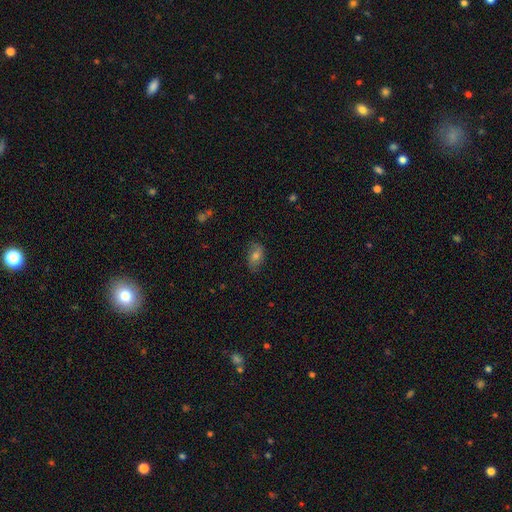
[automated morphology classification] smooth_or_featured: smooth (p=0.59) [alt: featured or disk p=0.29]
how_rounded: in between (p=0.85) [alt: round p=0.13]
merging: none (p=0.76) [alt: minor disturbance p=0.18]